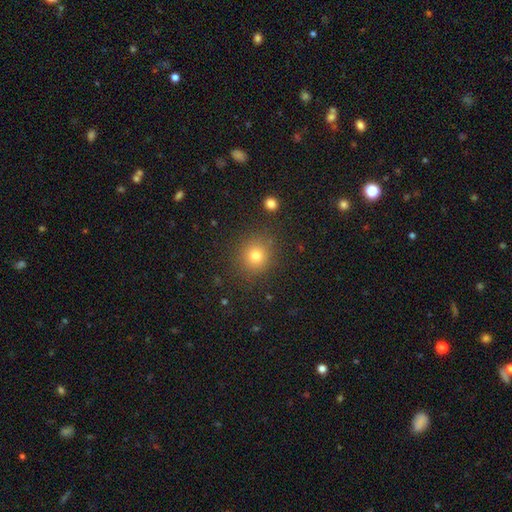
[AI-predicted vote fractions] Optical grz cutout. It shows a smooth galaxy with no disk features (78%) that is round (86%). Merging: none (87%).